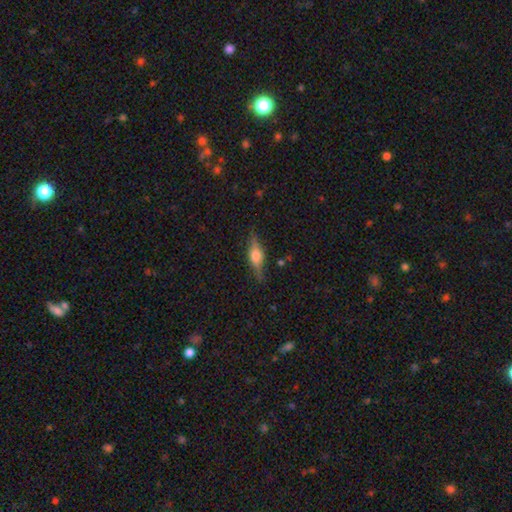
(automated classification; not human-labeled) A featured or disk galaxy (62%) viewed edge-on (95%) with a rounded central bulge (89%). Merging: none (83%).